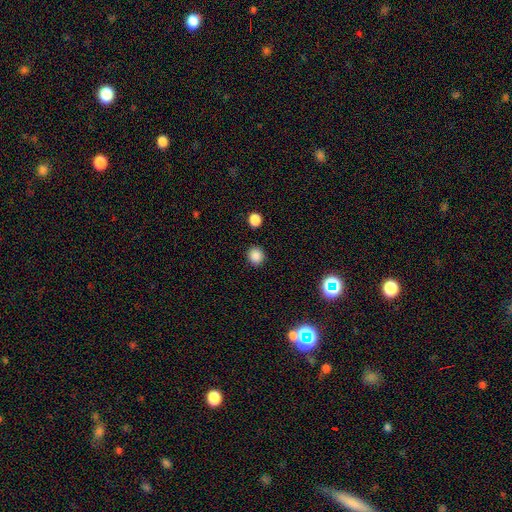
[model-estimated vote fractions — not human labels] Morphology: type=smooth (85%); roundness=round (89%); merging=none (90%).